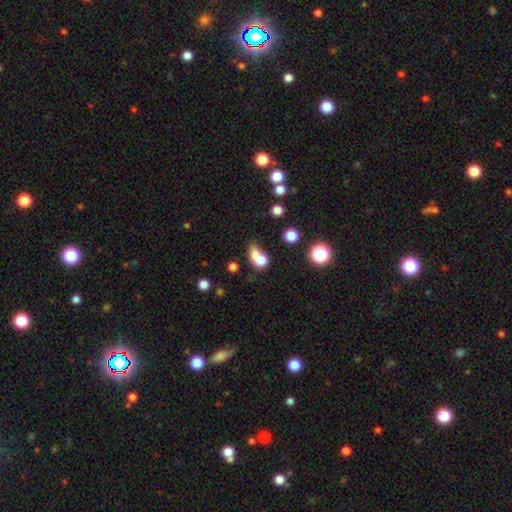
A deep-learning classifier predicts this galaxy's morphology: type=smooth (71%); roundness=round (51%); merging=merger (58%).